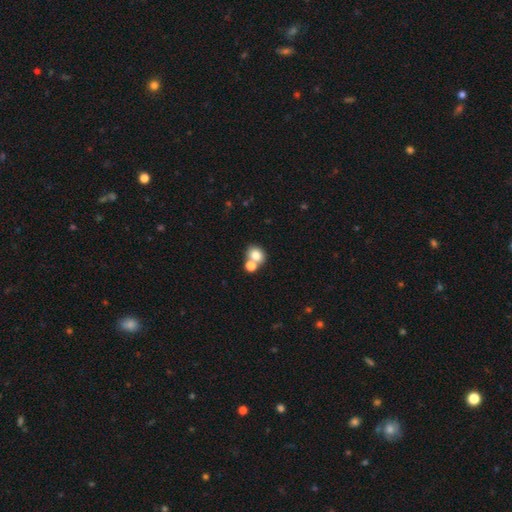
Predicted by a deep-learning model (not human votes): This is likely a smooth galaxy (78%). How rounded: possibly round (60%). Merging: possibly none (48%).